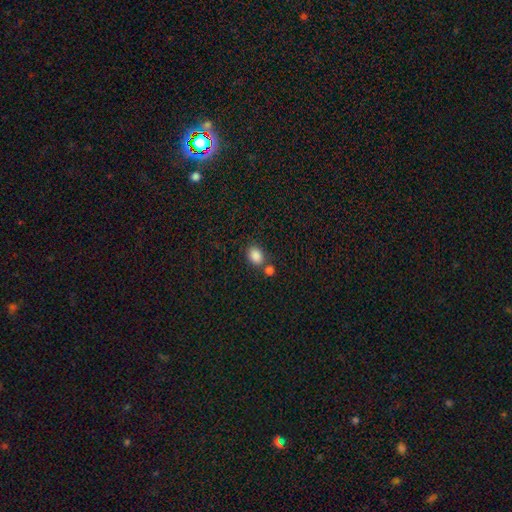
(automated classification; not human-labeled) The model was most divided on "how rounded": in between: 61%, round: 38%, cigar-shaped: 1%. More confident: smooth or featured — smooth (86%); merging — none (59%).